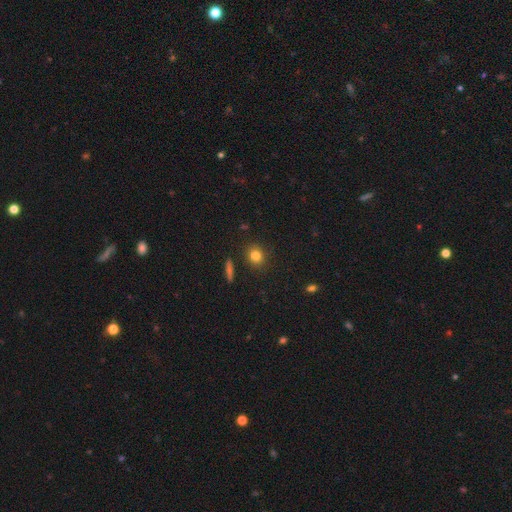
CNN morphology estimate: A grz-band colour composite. It shows a smooth galaxy with no disk features (82%) that is round (74%). Merging: none (88%).